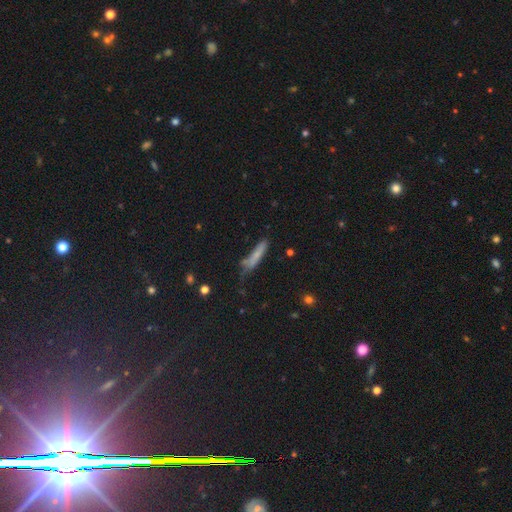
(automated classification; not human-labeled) Q: Smooth or featured?
A: smooth (69%); runner-up: featured or disk (20%)
Q: How rounded?
A: cigar-shaped (87%); runner-up: in between (11%)
Q: Merging?
A: none (54%); runner-up: minor disturbance (29%)